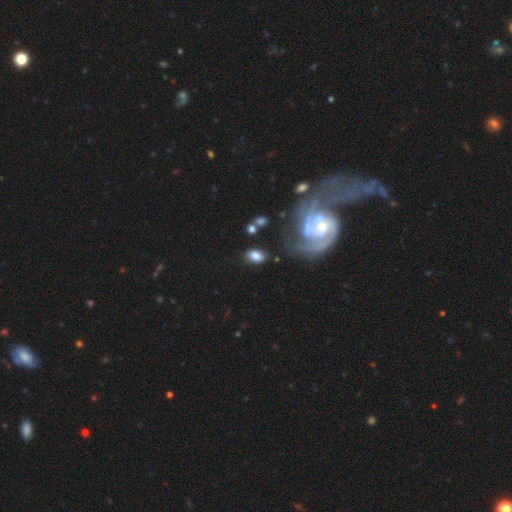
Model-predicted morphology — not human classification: The model was most divided on "smooth or featured": smooth: 74%, featured or disk: 17%, star or artifact: 8%. More confident: how rounded — in between (83%); merging — none (73%).